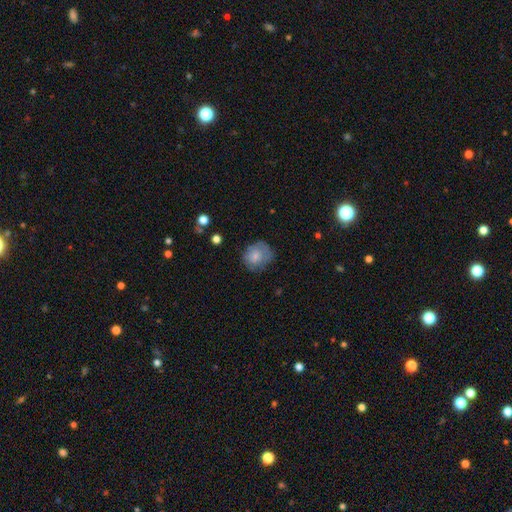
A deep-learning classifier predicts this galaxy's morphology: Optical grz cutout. It shows a smooth galaxy with no disk features (72%) that is round (73%). Merging: none (59%).